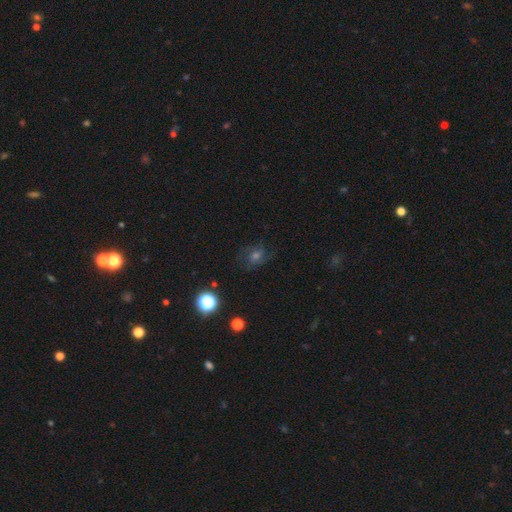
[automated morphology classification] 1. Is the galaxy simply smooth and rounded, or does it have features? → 47% featured or disk, 28% star or artifact, 25% smooth.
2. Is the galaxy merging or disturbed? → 73% none, 16% minor disturbance, 10% major disturbance, 2% merger.